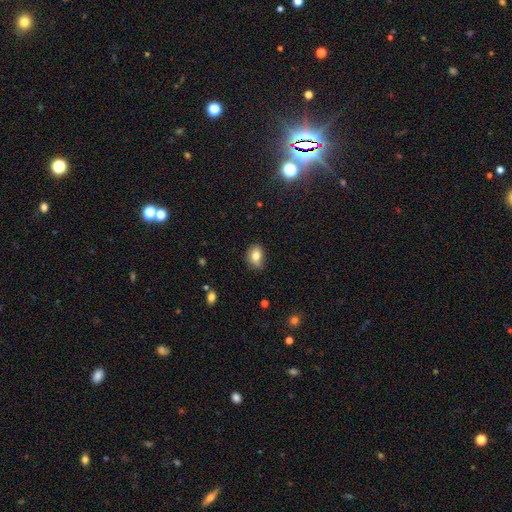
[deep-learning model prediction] Q: Smooth or featured?
A: smooth (81%); runner-up: featured or disk (10%)
Q: How rounded?
A: in between (73%); runner-up: round (25%)
Q: Merging?
A: none (78%); runner-up: minor disturbance (18%)